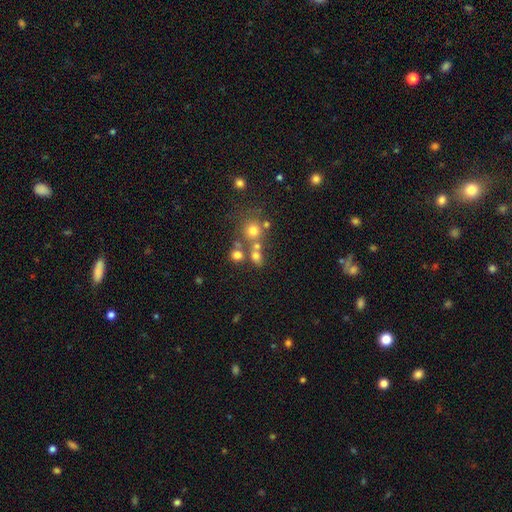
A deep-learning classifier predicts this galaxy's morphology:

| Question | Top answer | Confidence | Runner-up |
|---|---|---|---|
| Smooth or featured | smooth | 67% | star or artifact (19%) |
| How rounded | round | 68% | in between (31%) |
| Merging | none | 52% | merger (31%) |